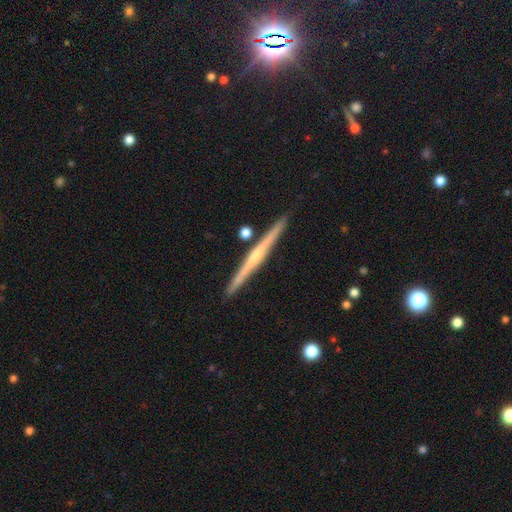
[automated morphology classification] This is likely a featured or disk galaxy (76%). It is clearly viewed edge-on (98%). Edge-on bulge: likely rounded (66%). Merging: clearly none (90%).